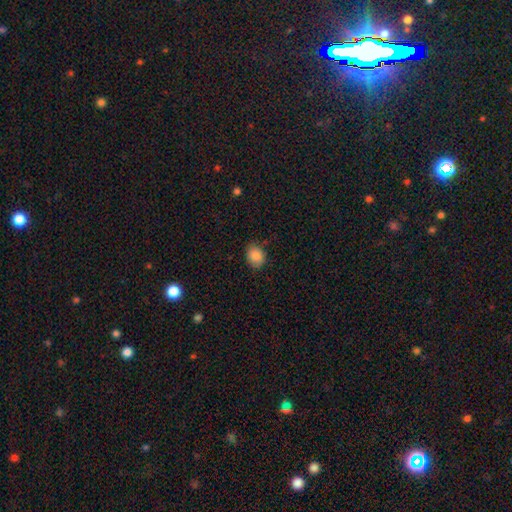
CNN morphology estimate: This appears to be a smooth galaxy with no disk features (87%) that is in between round and cigar-shaped (53%). Merging: none (81%).